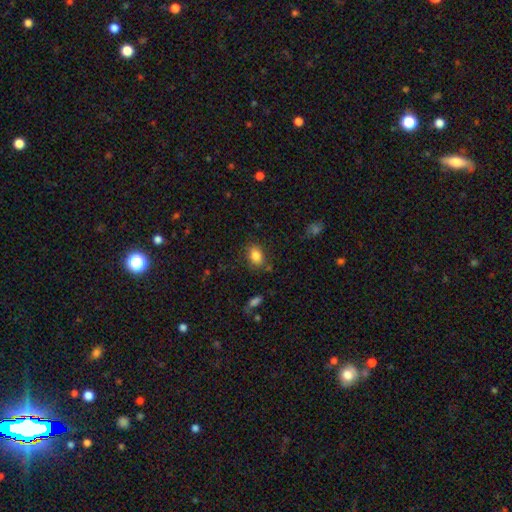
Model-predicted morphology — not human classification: smooth 84%, star or artifact 9%, featured or disk 7%. Down the decision tree: how rounded — in between (78%); merging — none (77%).